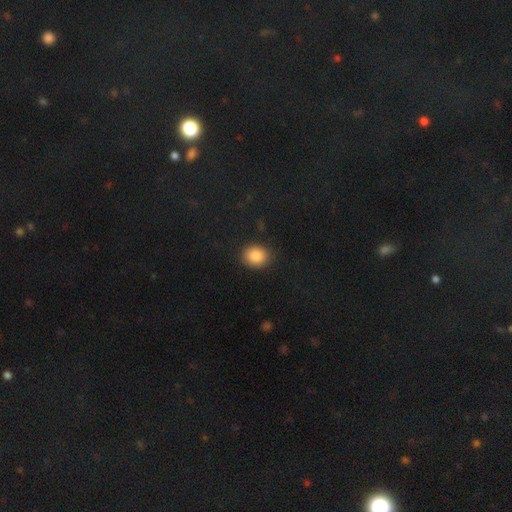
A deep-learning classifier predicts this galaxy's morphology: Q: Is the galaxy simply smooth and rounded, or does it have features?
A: smooth — 86%.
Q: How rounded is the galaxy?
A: round — 64%.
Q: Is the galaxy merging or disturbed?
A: none — 88%.